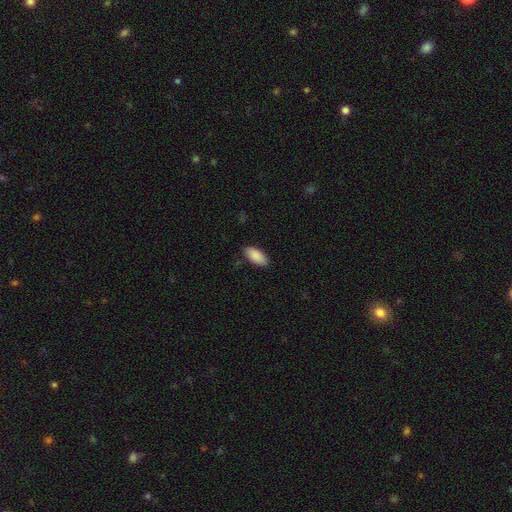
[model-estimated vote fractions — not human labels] A smooth galaxy with no disk features (90%) that is in between round and cigar-shaped (92%). Merging: none (84%).